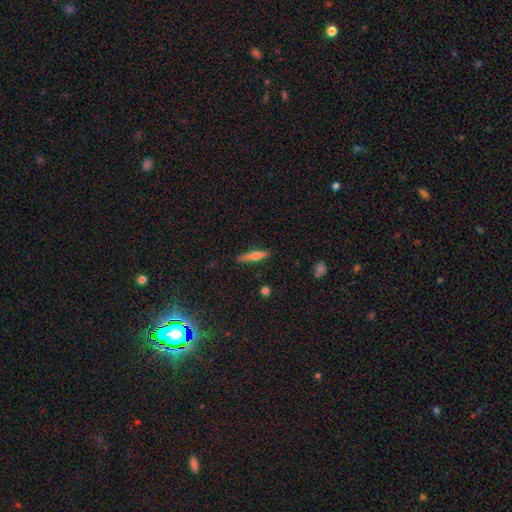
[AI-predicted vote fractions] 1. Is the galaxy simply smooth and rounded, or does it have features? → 57% smooth, 36% featured or disk, 7% star or artifact.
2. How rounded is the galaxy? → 80% cigar-shaped, 17% in between, 2% round.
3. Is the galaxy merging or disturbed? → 84% none, 12% minor disturbance, 2% major disturbance, 2% merger.